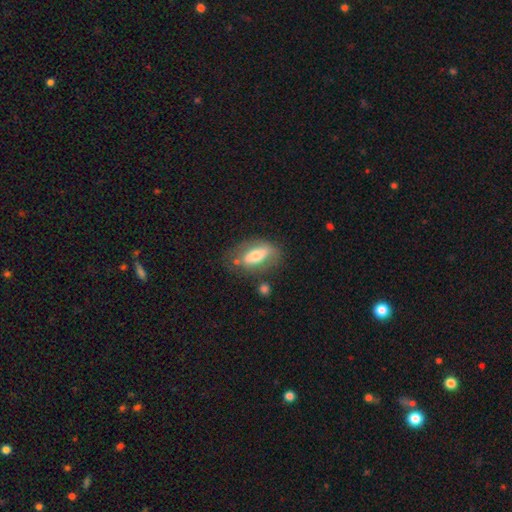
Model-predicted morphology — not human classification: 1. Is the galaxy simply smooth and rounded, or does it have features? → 53% smooth, 41% featured or disk, 7% star or artifact.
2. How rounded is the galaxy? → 81% in between, 13% cigar-shaped, 5% round.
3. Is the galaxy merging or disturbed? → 58% none, 22% minor disturbance, 12% major disturbance, 7% merger.